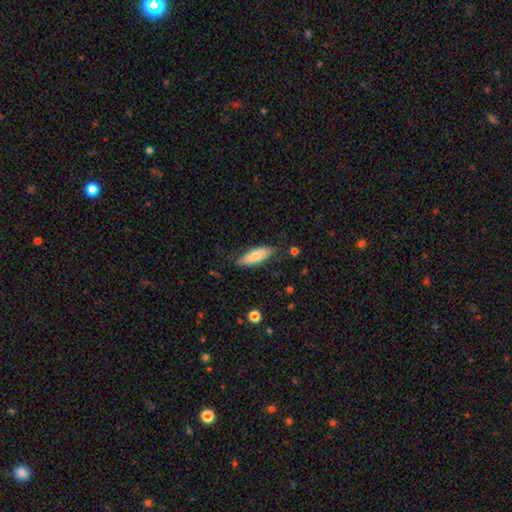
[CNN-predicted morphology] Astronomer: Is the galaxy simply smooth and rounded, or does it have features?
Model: smooth — 73%.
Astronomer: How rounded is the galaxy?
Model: in between — 64%.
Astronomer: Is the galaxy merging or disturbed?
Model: none — 69%.